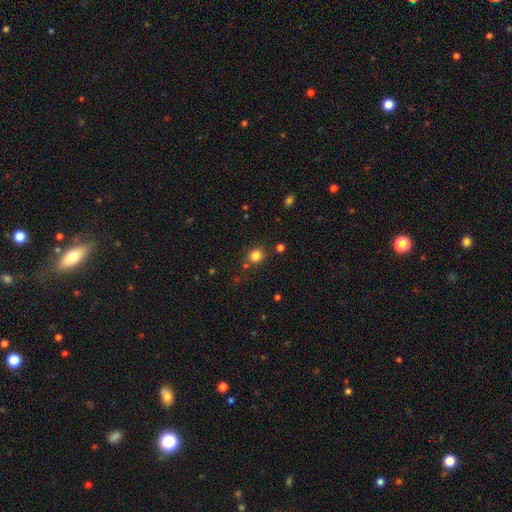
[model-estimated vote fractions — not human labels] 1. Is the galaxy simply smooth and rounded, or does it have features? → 82% smooth, 13% star or artifact, 5% featured or disk.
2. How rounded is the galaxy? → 86% round, 13% in between, 1% cigar-shaped.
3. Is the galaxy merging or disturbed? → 83% none, 9% minor disturbance, 6% merger, 3% major disturbance.